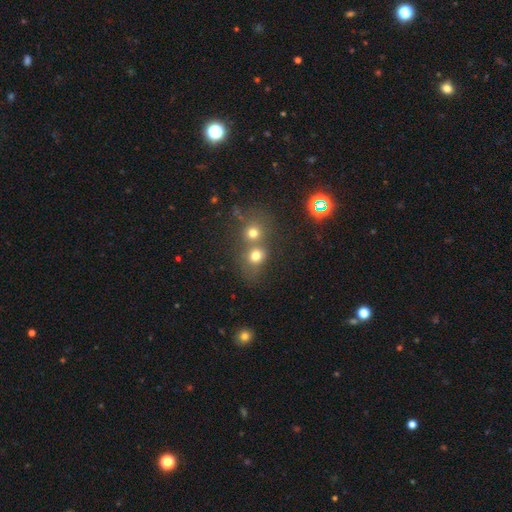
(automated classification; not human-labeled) Overall: smooth (71%). How rounded: round (74%). Merging: merger (48%; none 39%).